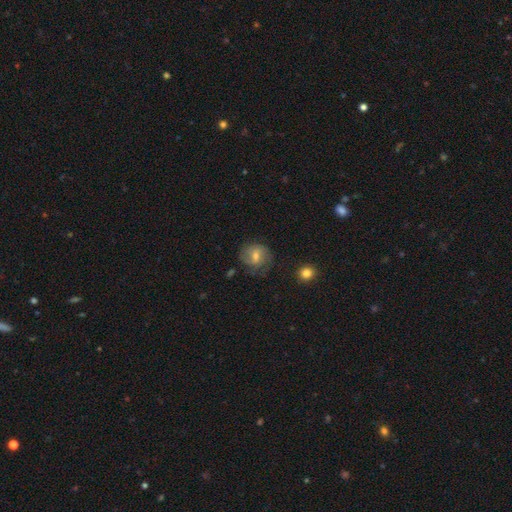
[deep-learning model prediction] A featured or disk galaxy (57%) with a weak bar (46%), spiral arms (85%) and a moderate central bulge (58%). Merging: none (71%).